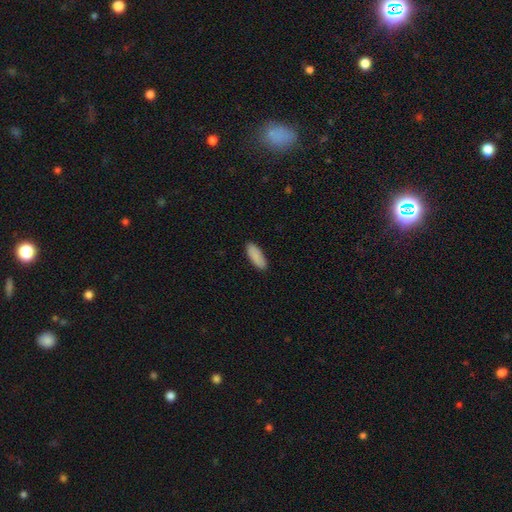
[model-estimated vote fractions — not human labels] A smooth galaxy with no disk features (90%) that is in between round and cigar-shaped (75%).

Vote fractions:
- Smooth or featured? smooth: 90% / star or artifact: 6% / featured or disk: 4%
- How rounded? in between: 75% / cigar-shaped: 24% / round: 2%
- Merging? none: 89% / minor disturbance: 8% / major disturbance: 2% / merger: 1%